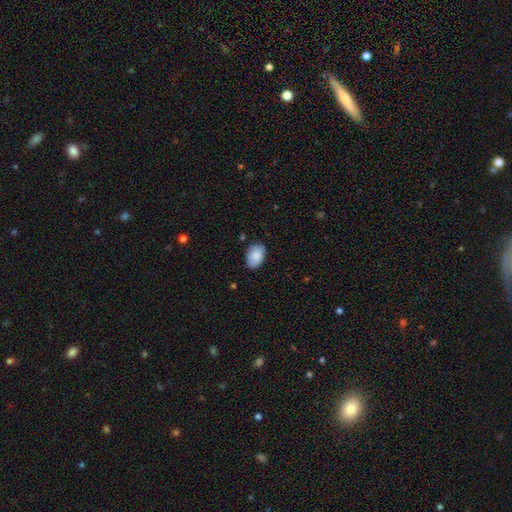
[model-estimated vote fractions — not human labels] This is clearly a smooth galaxy (88%). How rounded: clearly in between (87%). Merging: clearly none (83%).